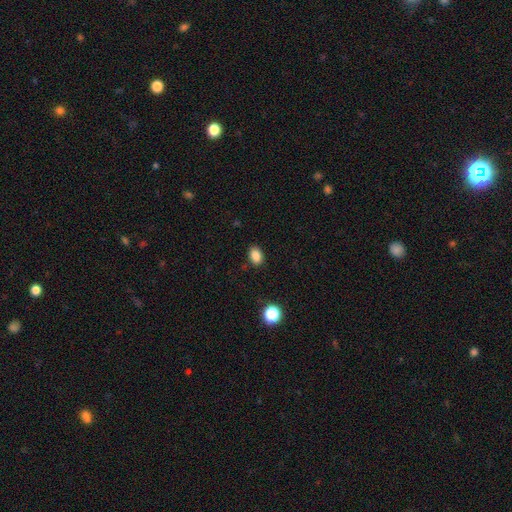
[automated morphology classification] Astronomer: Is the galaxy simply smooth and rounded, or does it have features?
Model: smooth — 85%.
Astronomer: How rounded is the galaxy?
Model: in between — 79%.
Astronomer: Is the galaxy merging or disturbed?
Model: none — 87%.